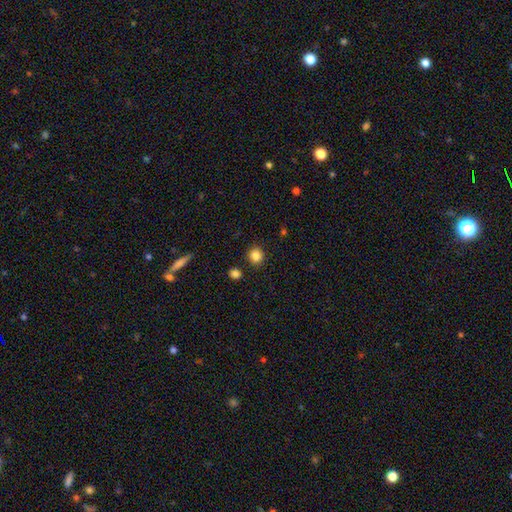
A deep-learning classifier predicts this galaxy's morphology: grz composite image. It shows a smooth galaxy with no disk features (84%) that is round (89%). Merging: none (88%).